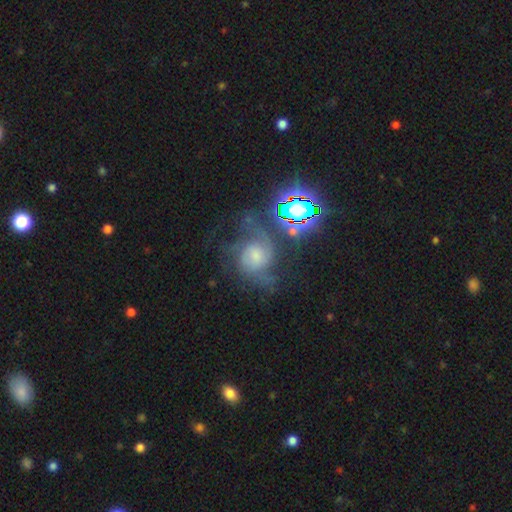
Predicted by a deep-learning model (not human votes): Smooth or featured? featured or disk (64%)
Edge-on disk? no (97%)
Bar? no (63%)
Spiral arms? yes (91%)
Spiral winding? medium (46%)
Spiral arm count? 2 (65%)
Bulge size? moderate (35%)
Merging? none (47%)